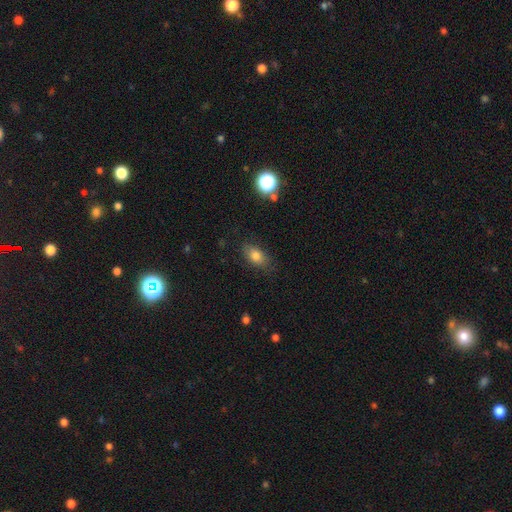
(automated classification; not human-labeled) This is likely a smooth galaxy (78%). How rounded: clearly in between (84%). Merging: clearly none (80%).